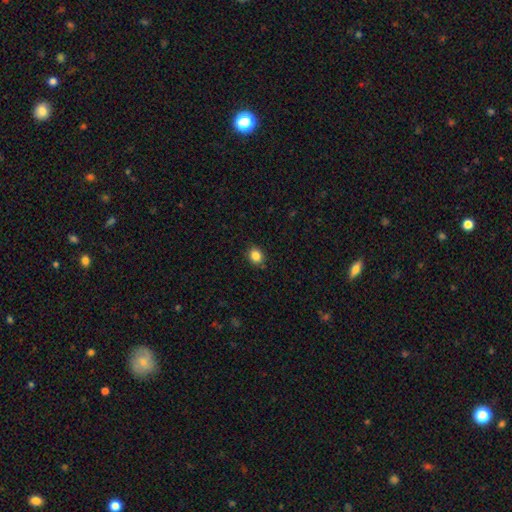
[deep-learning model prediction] The model was most divided on "how rounded": round: 70%, in between: 29%, cigar-shaped: 1%. More confident: merging — none (87%); smooth or featured — smooth (85%).